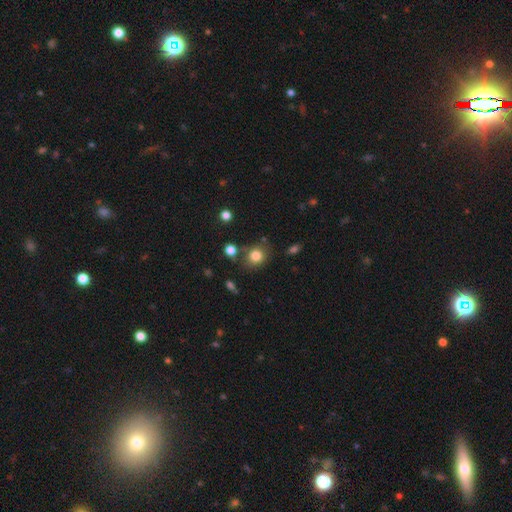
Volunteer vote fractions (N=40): Smooth or featured: smooth — 88% (star or artifact — 10%)
How rounded: round — 66% (in between — 34%)
Merging: none — 72% (merger — 17%)